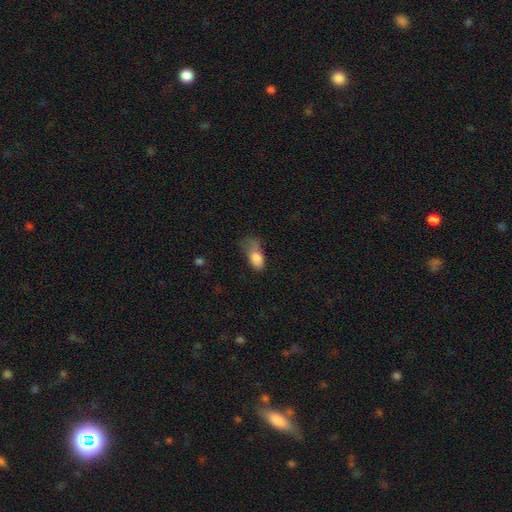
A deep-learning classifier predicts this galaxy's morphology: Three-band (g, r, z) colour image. It shows a smooth galaxy with no disk features (77%) that is in between round and cigar-shaped (86%). Merging: major disturbance (42%).